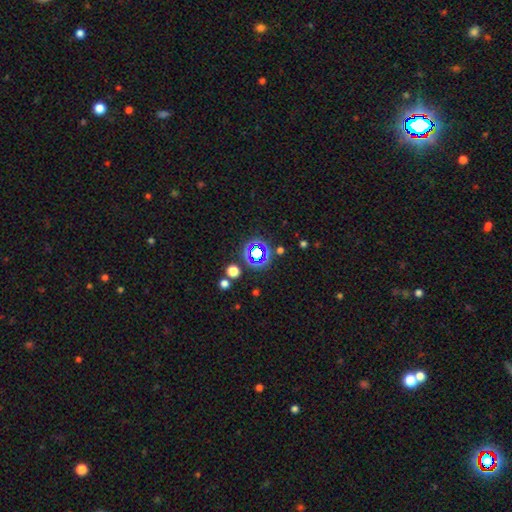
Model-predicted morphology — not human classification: Smooth or featured?
  - star or artifact: 61% *
  - smooth: 28%
  - featured or disk: 12%